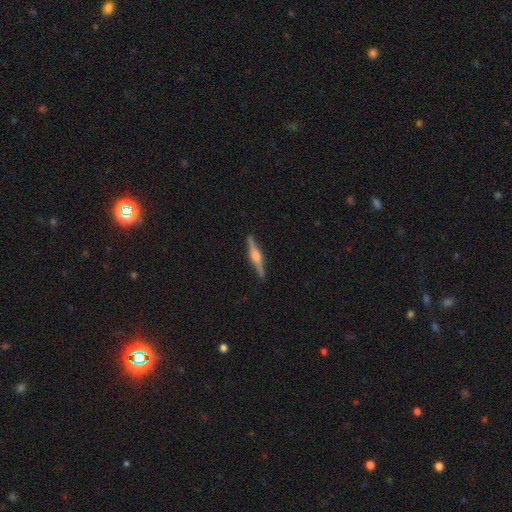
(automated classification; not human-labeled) The model was most divided on "smooth or featured": featured or disk: 78%, smooth: 17%, star or artifact: 5%. More confident: edge-on disk — yes (98%); merging — none (91%); edge-on bulge — rounded (81%).